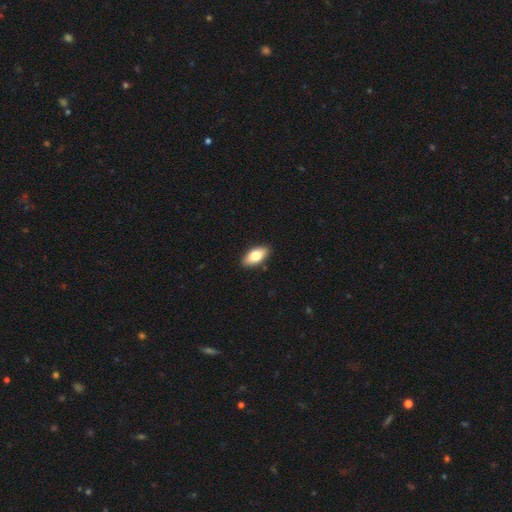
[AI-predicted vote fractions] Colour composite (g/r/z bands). It shows a smooth galaxy with no disk features (78%) that is in between round and cigar-shaped (90%). Merging: none (89%).